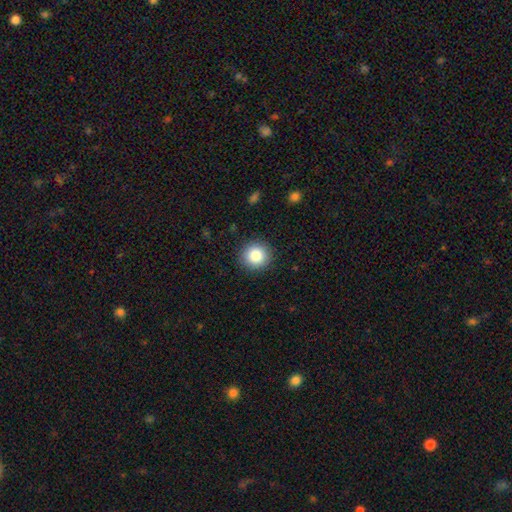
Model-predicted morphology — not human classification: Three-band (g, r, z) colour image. It shows a smooth galaxy with no disk features (86%) that is round (93%). Merging: none (91%).